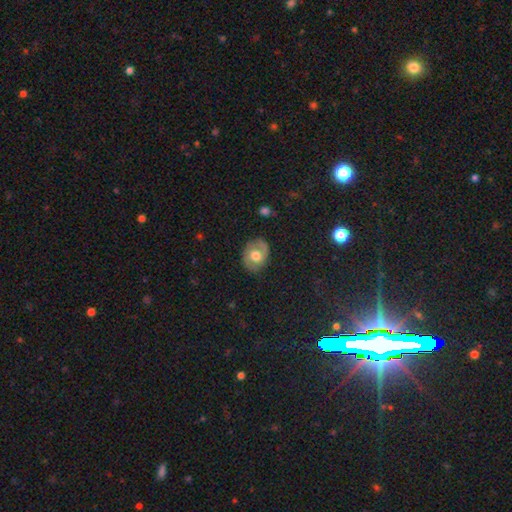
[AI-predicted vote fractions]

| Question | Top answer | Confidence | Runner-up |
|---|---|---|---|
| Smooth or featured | smooth | 53% | featured or disk (39%) |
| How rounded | in between | 50% | round (49%) |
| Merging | none | 78% | minor disturbance (16%) |